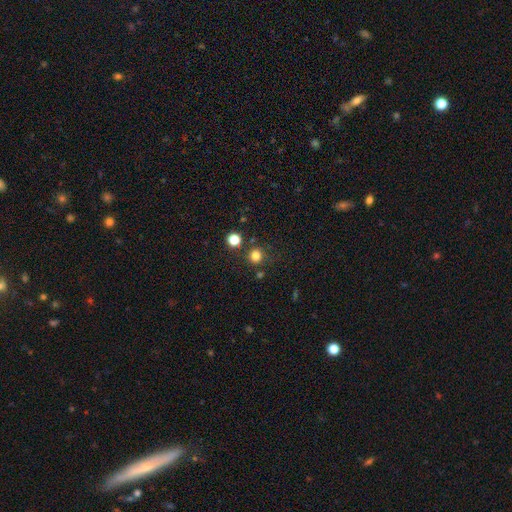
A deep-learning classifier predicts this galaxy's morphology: The model was most divided on "smooth or featured": smooth: 79%, star or artifact: 16%, featured or disk: 5%. More confident: how rounded — round (92%); merging — none (80%).